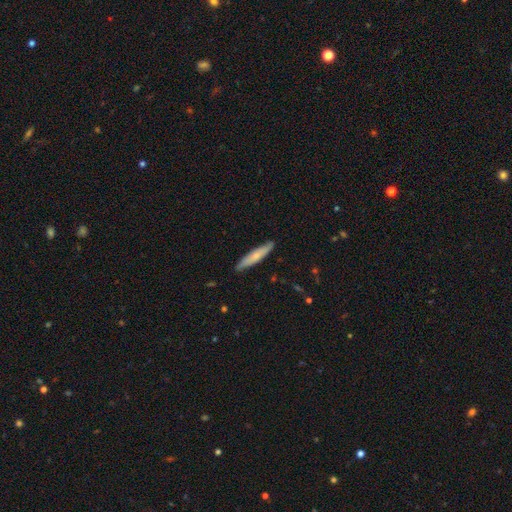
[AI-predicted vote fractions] Q: Smooth or featured?
A: smooth (63%); runner-up: featured or disk (31%)
Q: How rounded?
A: cigar-shaped (89%); runner-up: in between (10%)
Q: Merging?
A: none (87%); runner-up: minor disturbance (11%)